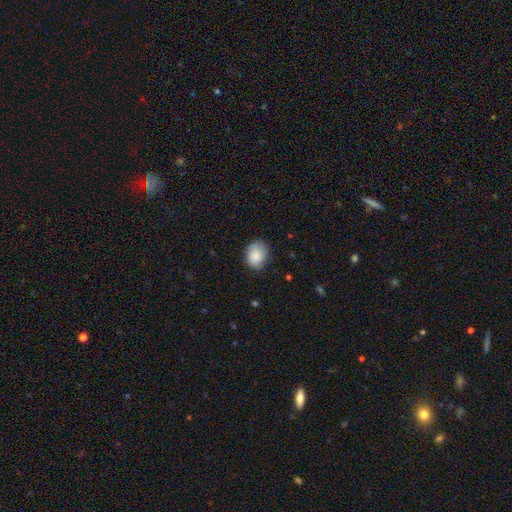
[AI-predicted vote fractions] This appears to be a smooth galaxy with no disk features (81%) that is in between round and cigar-shaped (58%). Merging: none (75%).